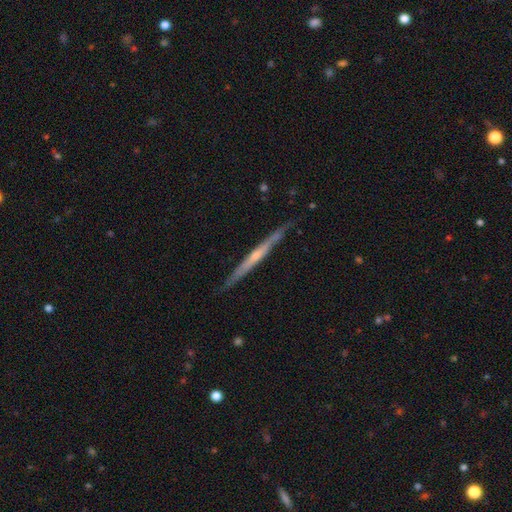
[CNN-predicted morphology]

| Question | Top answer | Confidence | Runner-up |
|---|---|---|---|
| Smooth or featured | featured or disk | 69% | smooth (26%) |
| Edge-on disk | yes | 97% | no (3%) |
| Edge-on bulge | none | 50% | rounded (45%) |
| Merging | none | 86% | minor disturbance (11%) |